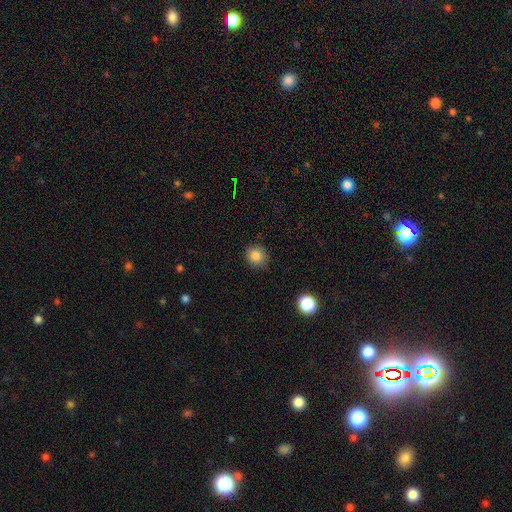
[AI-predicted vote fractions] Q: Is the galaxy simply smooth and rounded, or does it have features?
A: smooth — 85%.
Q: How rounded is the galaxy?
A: round — 79%.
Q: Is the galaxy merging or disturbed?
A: none — 85%.